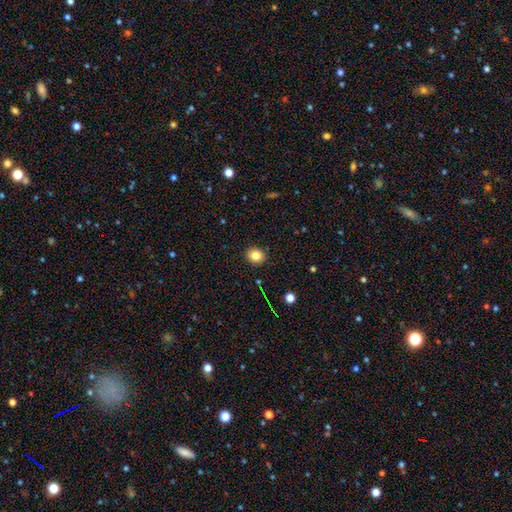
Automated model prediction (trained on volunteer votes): This appears to be a smooth galaxy with no disk features (83%) that is round (63%). Merging: none (90%).